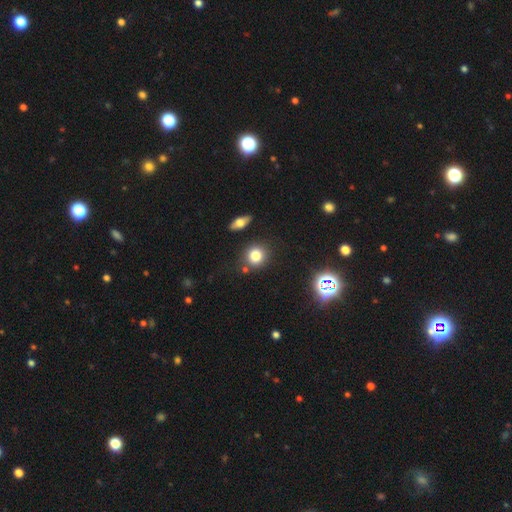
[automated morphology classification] Overall: smooth (77%). How rounded: round (84%). Merging: none (81%).